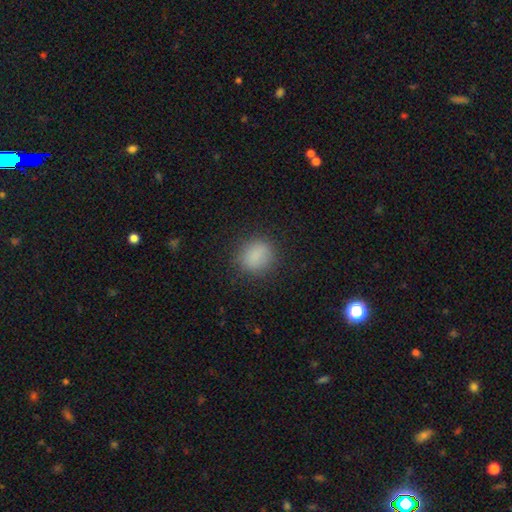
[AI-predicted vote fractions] This appears to be a smooth galaxy with no disk features (85%) that is round (70%). Merging: none (83%).